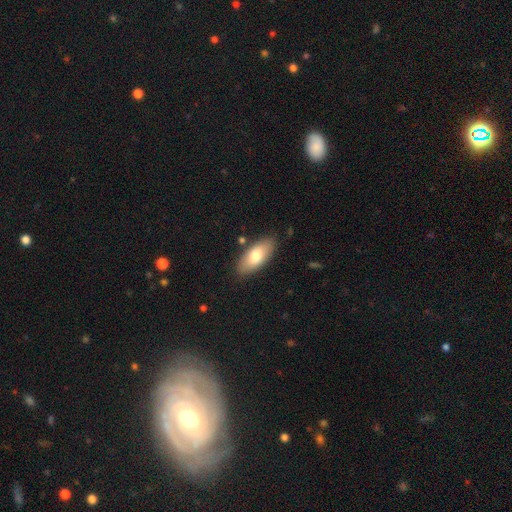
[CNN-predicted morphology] Smooth or featured: smooth — 75% (featured or disk — 19%)
How rounded: in between — 88% (cigar-shaped — 10%)
Merging: none — 85% (minor disturbance — 11%)